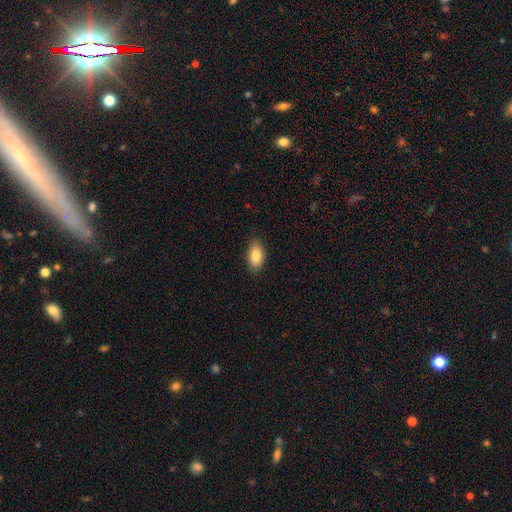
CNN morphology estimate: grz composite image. It shows a smooth galaxy with no disk features (85%) that is in between round and cigar-shaped (92%). Merging: none (86%).